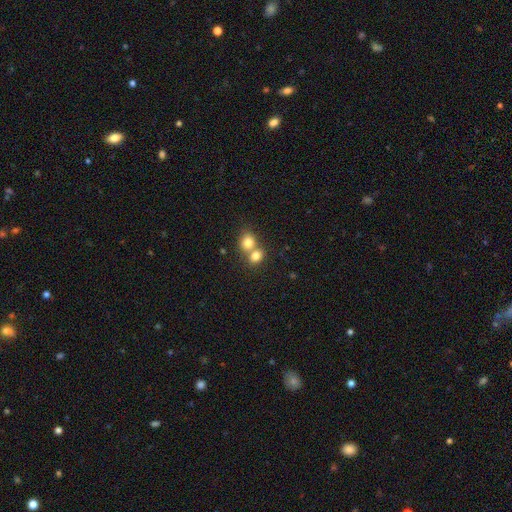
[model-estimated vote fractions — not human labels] Morphology: type=smooth (79%); roundness=round (56%); merging=merger (61%).